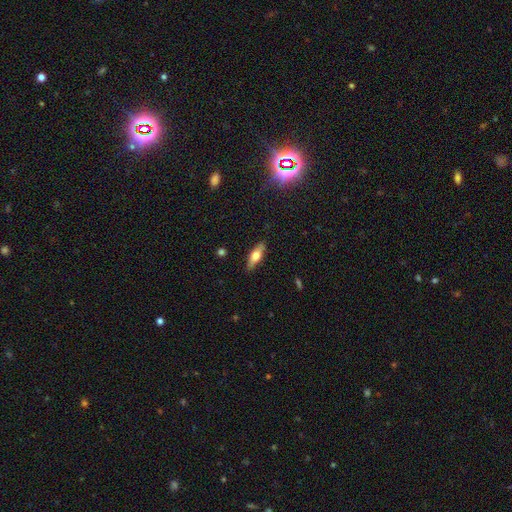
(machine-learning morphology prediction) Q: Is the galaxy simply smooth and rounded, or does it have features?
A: smooth — 52%.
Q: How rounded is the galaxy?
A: in between — 52%.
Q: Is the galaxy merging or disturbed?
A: none — 86%.